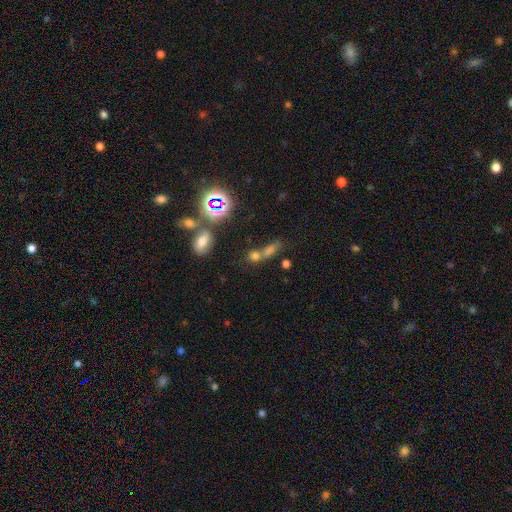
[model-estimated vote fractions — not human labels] Morphology: type=smooth (58%); roundness=in between (44%); merging=merger (50%).